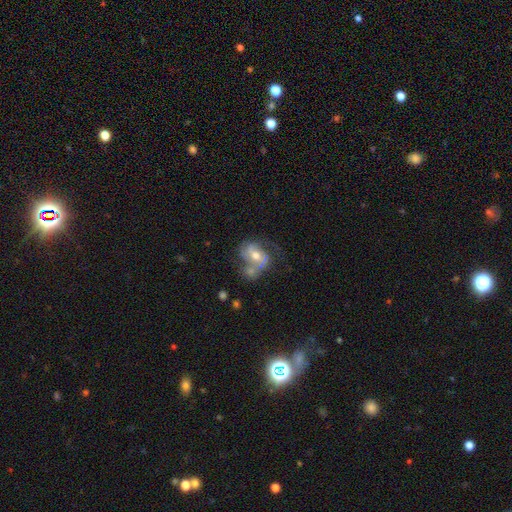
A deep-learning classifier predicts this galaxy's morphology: featured or disk 75%, smooth 17%, star or artifact 7%. Down the decision tree: edge-on disk — no (97%); bar — no (49%); spiral arms — yes (87%); spiral arm count — 2 (71%); spiral winding — medium (49%); bulge size — moderate (71%); merging — none (37%).